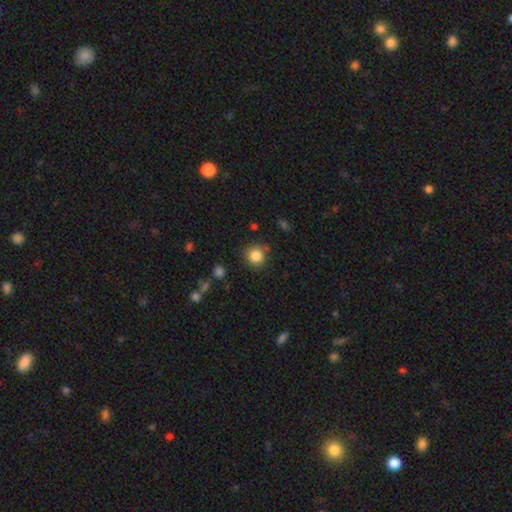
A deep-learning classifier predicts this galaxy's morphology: A smooth galaxy with no disk features (85%) that is round (91%).

Vote fractions:
- Smooth or featured? smooth: 85% / star or artifact: 11% / featured or disk: 5%
- How rounded? round: 91% / in between: 8% / cigar-shaped: 1%
- Merging? none: 83% / minor disturbance: 11% / major disturbance: 3% / merger: 3%